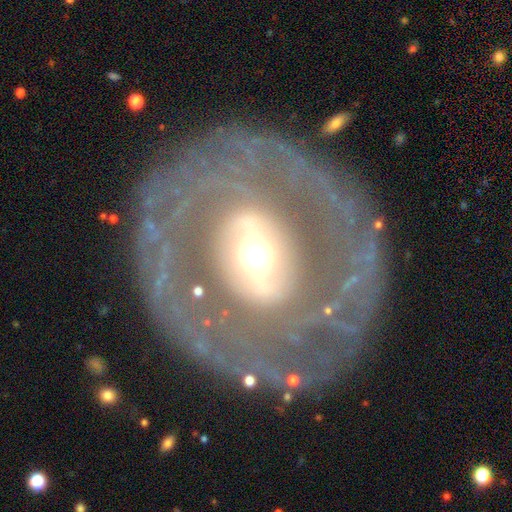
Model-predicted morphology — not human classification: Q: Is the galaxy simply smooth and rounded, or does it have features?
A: featured or disk — 84%.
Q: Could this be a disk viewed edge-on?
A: no — 95%.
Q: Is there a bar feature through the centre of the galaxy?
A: strong — 38%.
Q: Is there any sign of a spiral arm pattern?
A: yes — 81%.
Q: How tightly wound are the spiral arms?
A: tight — 51%.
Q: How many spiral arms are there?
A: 2 — 60%.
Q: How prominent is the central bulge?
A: moderate — 56%.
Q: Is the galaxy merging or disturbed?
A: none — 74%.